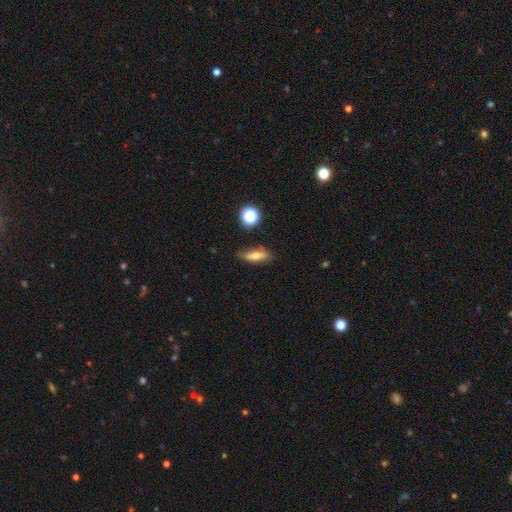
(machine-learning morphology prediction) Q: Smooth or featured?
A: smooth (69%); runner-up: featured or disk (21%)
Q: How rounded?
A: in between (52%); runner-up: cigar-shaped (42%)
Q: Merging?
A: none (77%); runner-up: minor disturbance (17%)